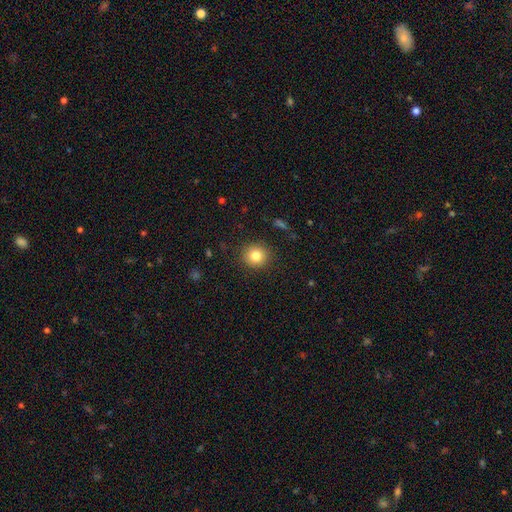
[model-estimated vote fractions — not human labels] Overall: smooth (81%). How rounded: round (90%). Merging: none (90%).